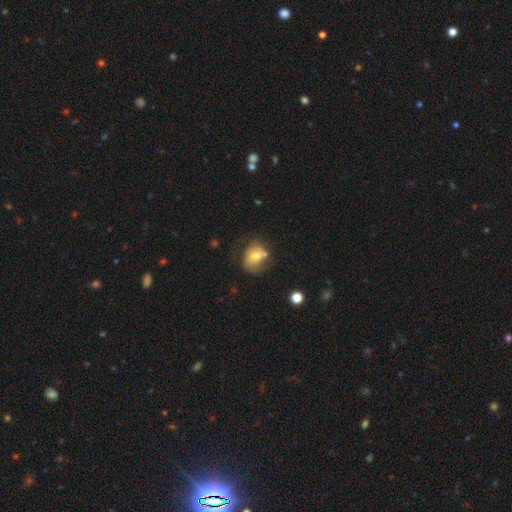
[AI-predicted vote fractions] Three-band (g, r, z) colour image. It shows a smooth galaxy with no disk features (62%) that is round (52%). Merging: none (51%).